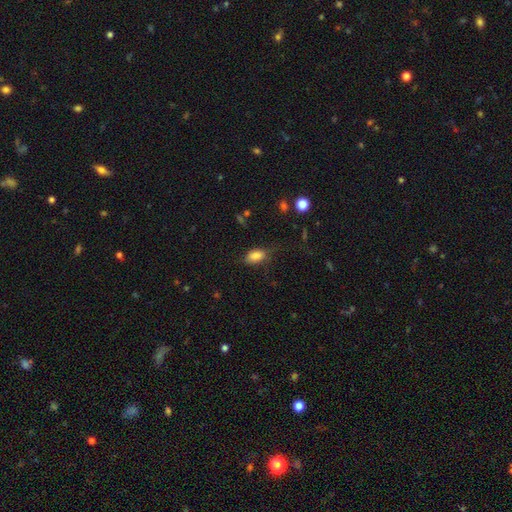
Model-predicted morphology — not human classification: This appears to be a smooth galaxy with no disk features (81%) that is in between round and cigar-shaped (88%). Merging: none (65%).